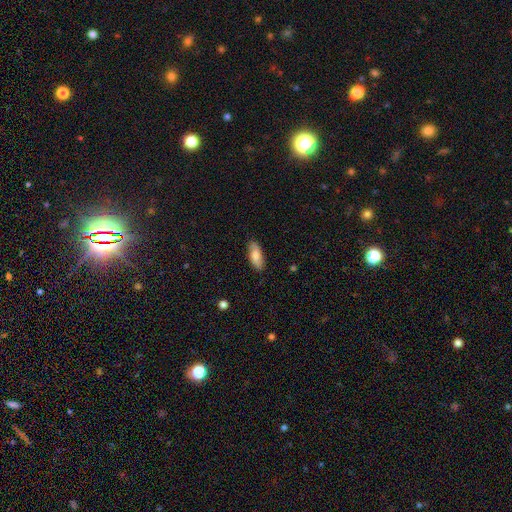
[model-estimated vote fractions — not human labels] Morphology: type=smooth (76%); roundness=in between (78%); merging=none (85%).